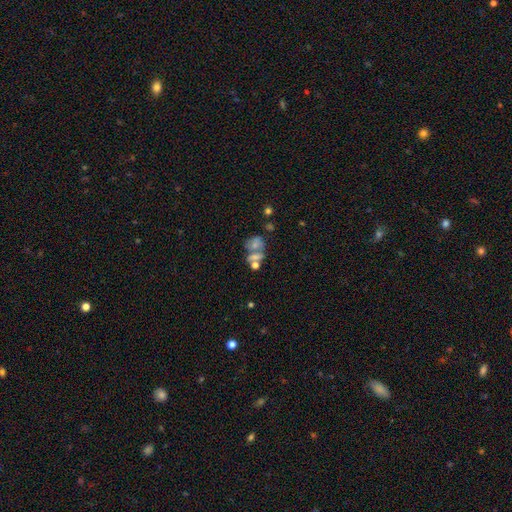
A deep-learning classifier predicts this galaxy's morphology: Overall: featured or disk (38%; star or artifact 33%). Merging: none (46%; merger 29%).